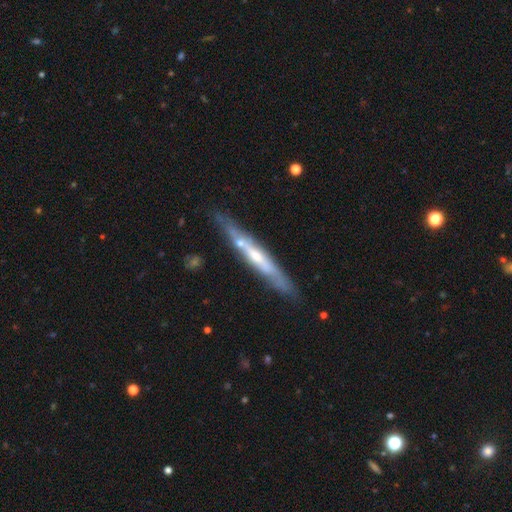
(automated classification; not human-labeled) smooth-or-featured: featured or disk: 67% | smooth: 27% | star or artifact: 6%
  disk-edge-on: yes: 86% | no: 14%
    edge-on-bulge: rounded: 47% | none: 43% | boxy: 10%
  merging: none: 76% | minor disturbance: 15% | merger: 6% | major disturbance: 3%